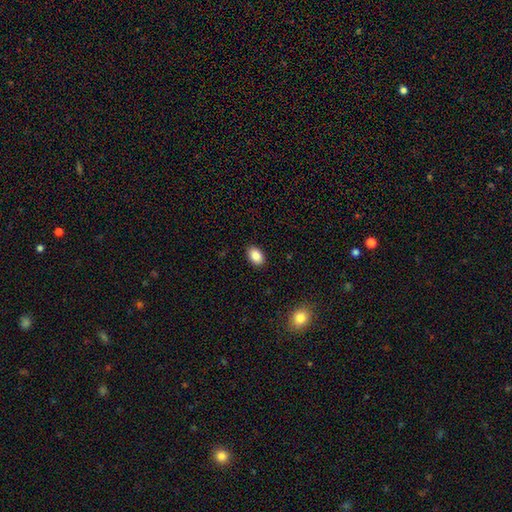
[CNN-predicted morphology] A smooth galaxy with no disk features (88%) that is in between round and cigar-shaped (86%). Merging: none (89%).